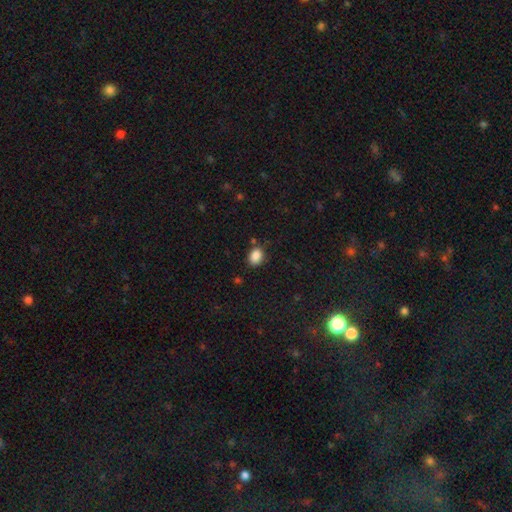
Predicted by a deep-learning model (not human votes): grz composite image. It shows a smooth galaxy with no disk features (87%) that is in between round and cigar-shaped (66%). Merging: none (77%).